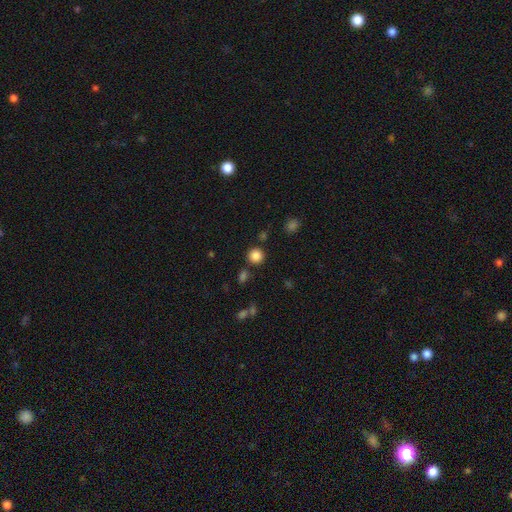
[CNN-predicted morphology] smooth 85%, star or artifact 11%, featured or disk 4%. Down the decision tree: how rounded — round (92%); merging — none (85%).